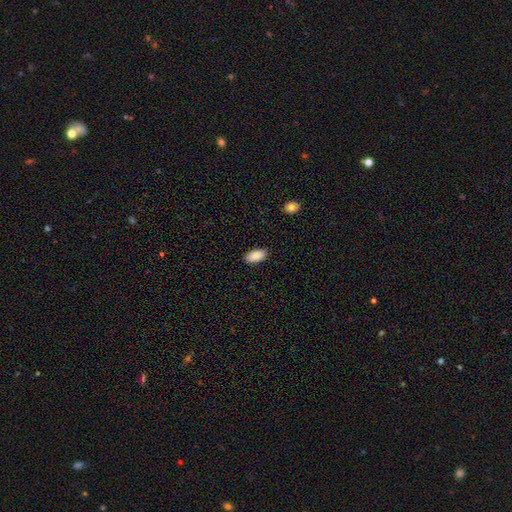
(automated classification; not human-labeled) Overall: smooth (89%). How rounded: in between (93%). Merging: none (87%).